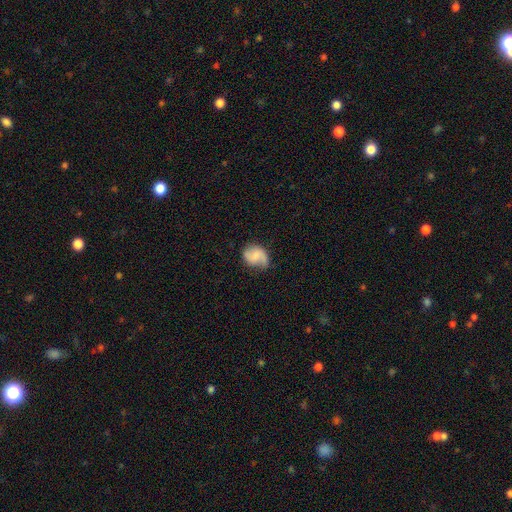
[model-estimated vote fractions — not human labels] Smooth or featured? Predicted: featured or disk (p=0.53). Edge-on disk? Predicted: no (p=0.97). Bar? Predicted: no (p=0.50). Spiral arms? Predicted: yes (p=0.90). Bulge size? Predicted: small (p=0.38). Merging? Predicted: none (p=0.56).